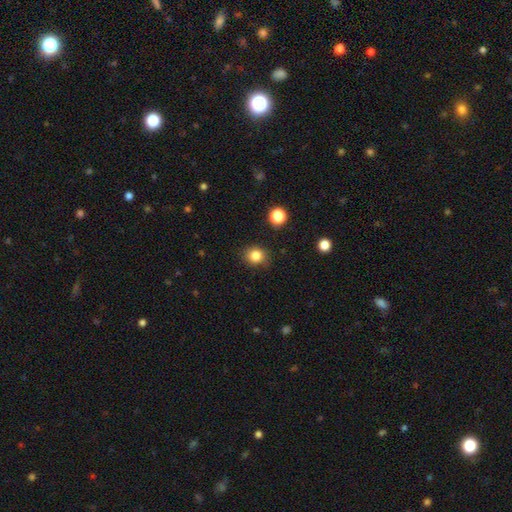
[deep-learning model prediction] The model was most divided on "how rounded": round: 74%, in between: 25%, cigar-shaped: 1%. More confident: merging — none (84%); smooth or featured — smooth (83%).